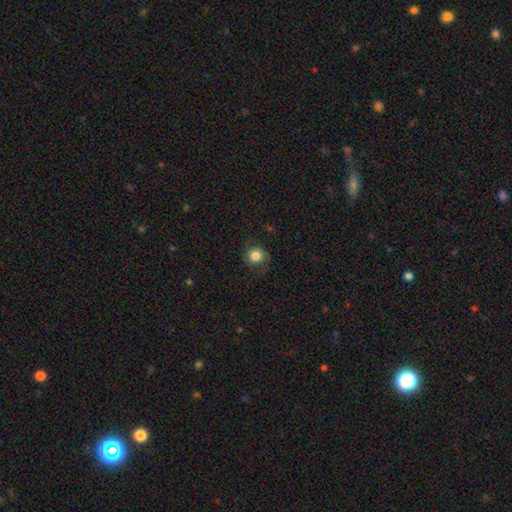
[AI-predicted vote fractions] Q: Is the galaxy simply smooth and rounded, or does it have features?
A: smooth — 77%.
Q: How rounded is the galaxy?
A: round — 89%.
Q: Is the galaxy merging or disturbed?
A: none — 75%.